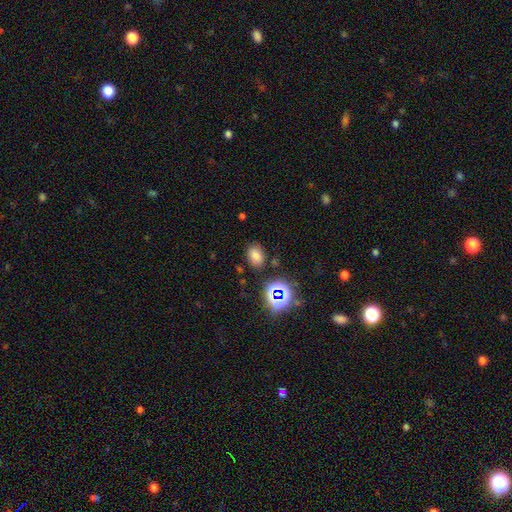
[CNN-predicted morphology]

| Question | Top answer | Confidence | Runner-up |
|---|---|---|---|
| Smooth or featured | smooth | 72% | star or artifact (21%) |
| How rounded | in between | 76% | round (22%) |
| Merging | none | 80% | minor disturbance (12%) |